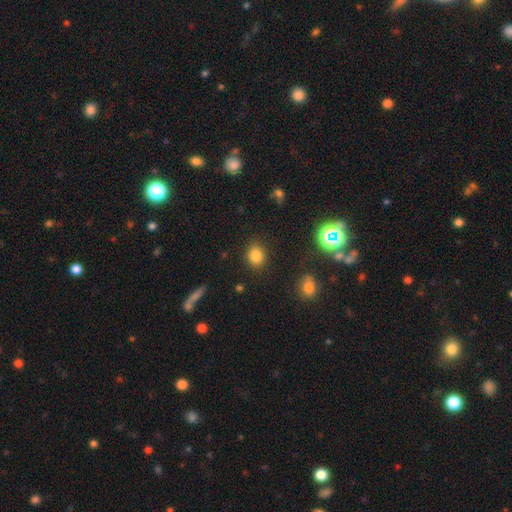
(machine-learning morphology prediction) smooth-or-featured: smooth: 81% | star or artifact: 13% | featured or disk: 5%
  how-rounded: round: 60% | in between: 39% | cigar-shaped: 1%
  merging: none: 86% | minor disturbance: 9% | major disturbance: 3% | merger: 2%